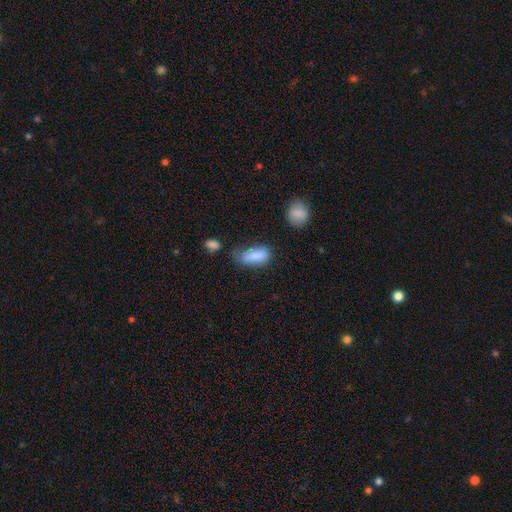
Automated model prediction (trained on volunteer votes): Smooth or featured: smooth — 83% (featured or disk — 9%)
How rounded: in between — 84% (cigar-shaped — 13%)
Merging: none — 40% (minor disturbance — 37%)